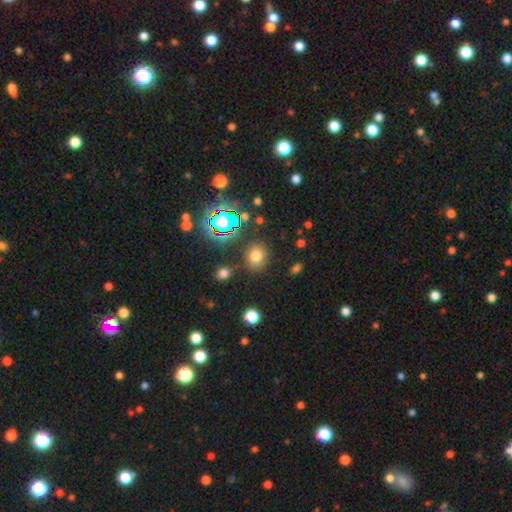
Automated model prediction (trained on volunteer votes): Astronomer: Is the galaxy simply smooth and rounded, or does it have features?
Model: smooth — 72%.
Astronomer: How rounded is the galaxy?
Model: round — 68%.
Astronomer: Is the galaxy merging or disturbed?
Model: none — 82%.